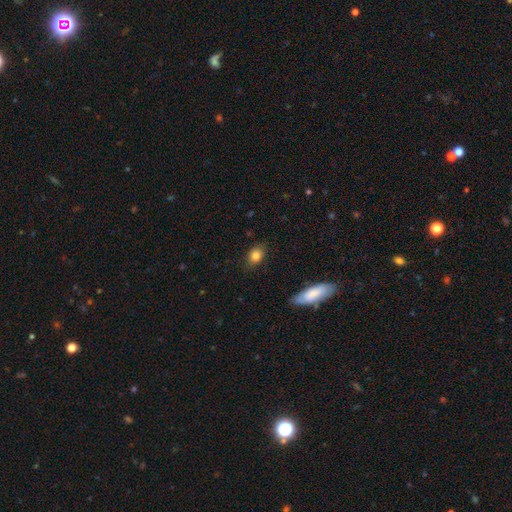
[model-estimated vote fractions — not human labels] Smooth or featured: smooth — 83% (star or artifact — 9%)
How rounded: in between — 70% (round — 27%)
Merging: none — 81% (minor disturbance — 15%)